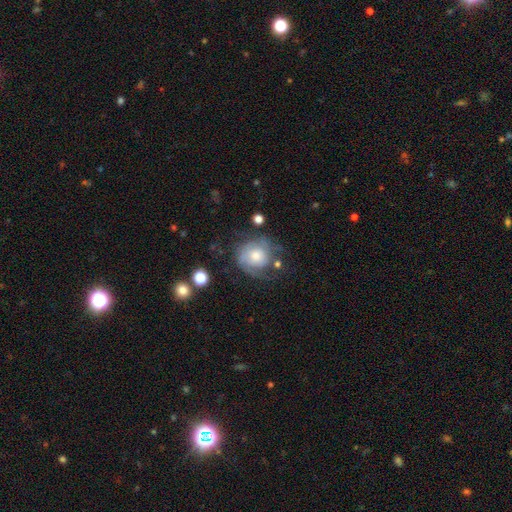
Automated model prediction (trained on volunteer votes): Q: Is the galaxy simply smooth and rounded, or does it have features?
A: featured or disk — 56%.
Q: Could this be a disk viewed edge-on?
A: no — 97%.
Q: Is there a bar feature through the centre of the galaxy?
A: no — 81%.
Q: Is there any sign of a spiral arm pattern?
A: yes — 77%.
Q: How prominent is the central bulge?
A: moderate — 53%.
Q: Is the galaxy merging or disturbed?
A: none — 48%.